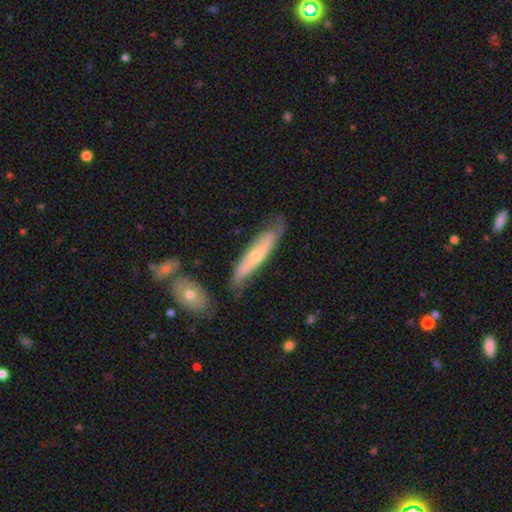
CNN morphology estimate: Q: Smooth or featured?
A: featured or disk (55%); runner-up: smooth (39%)
Q: Edge-on disk?
A: yes (52%); runner-up: no (48%)
Q: Merging?
A: none (65%); runner-up: minor disturbance (24%)